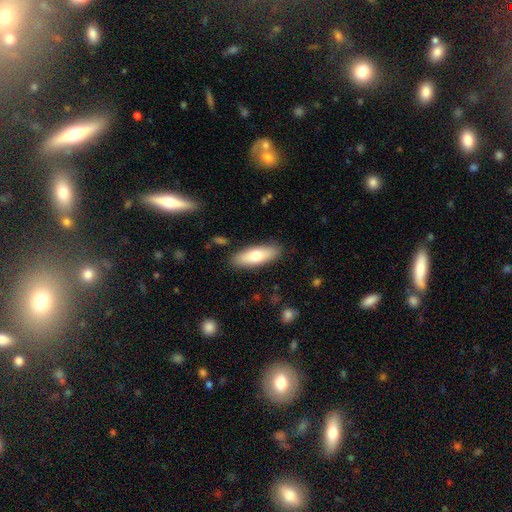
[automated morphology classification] A smooth galaxy with no disk features (72%) that is in between round and cigar-shaped (64%). Merging: none (87%).